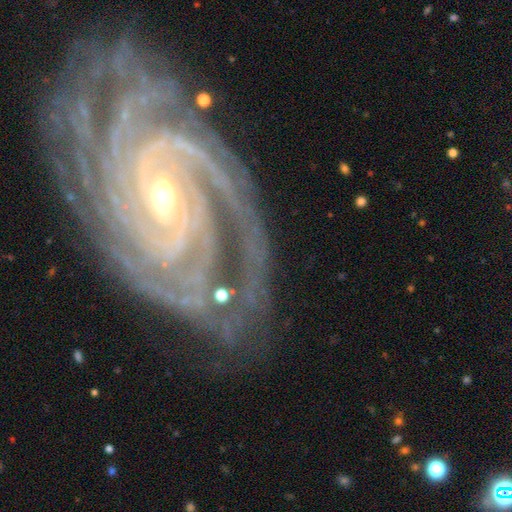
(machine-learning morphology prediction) A featured or disk galaxy (91%) with a weak bar (36%), 2 (24%) tight (79%) spiral arms (98%) and a small central bulge (58%). Merging: none (69%).